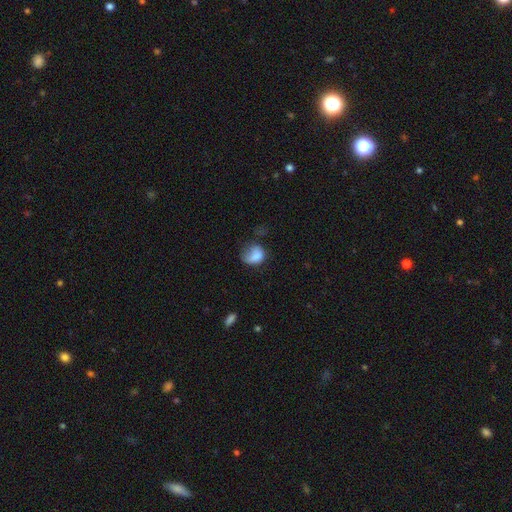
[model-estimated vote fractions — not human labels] Smooth or featured?
  - smooth: 75% *
  - featured or disk: 15%
  - star or artifact: 10%
How rounded?
  - in between: 61% *
  - round: 38%
  - cigar-shaped: 1%
Merging?
  - major disturbance: 35% *
  - minor disturbance: 32%
  - none: 29%
  - merger: 5%